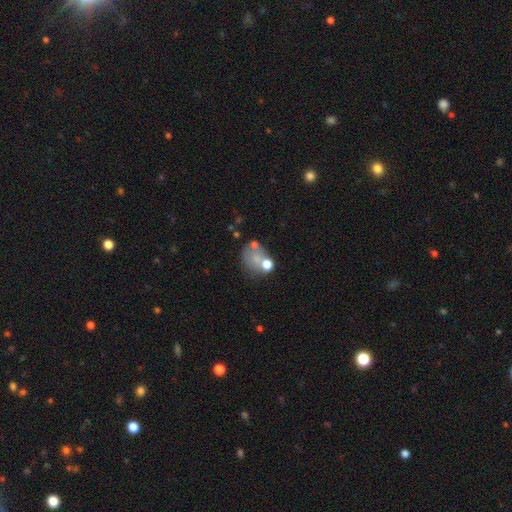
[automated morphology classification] smooth 57%, featured or disk 29%, star or artifact 15%. Down the decision tree: how rounded — in between (51%); merging — none (33%).